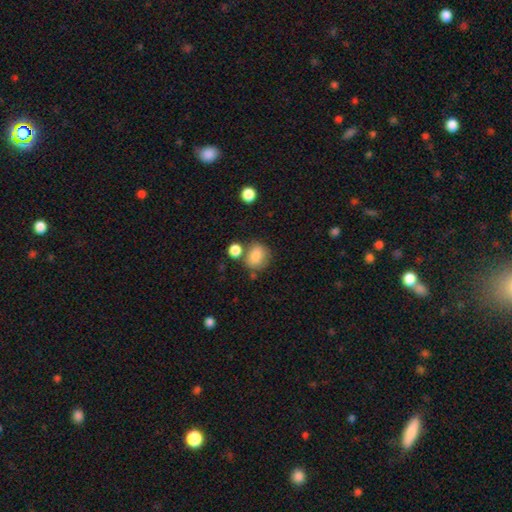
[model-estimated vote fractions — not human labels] smooth 84%, star or artifact 9%, featured or disk 7%. Down the decision tree: how rounded — round (63%); merging — none (60%).